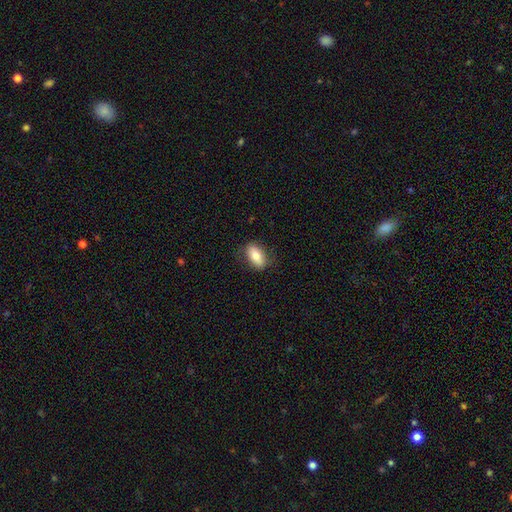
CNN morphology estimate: A smooth galaxy with no disk features (76%) that is in between round and cigar-shaped (88%). Merging: none (81%).